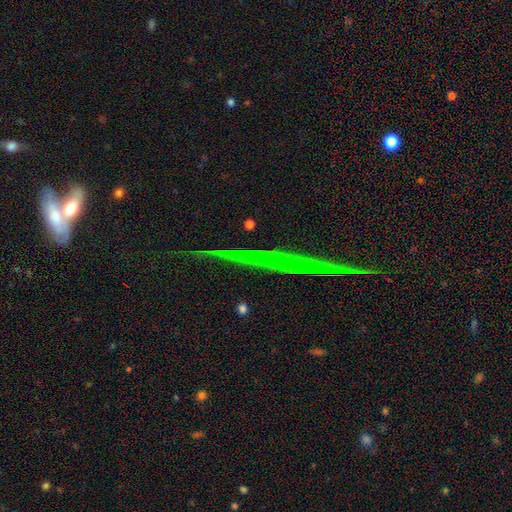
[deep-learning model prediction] Morphology: type=star or artifact (47%).